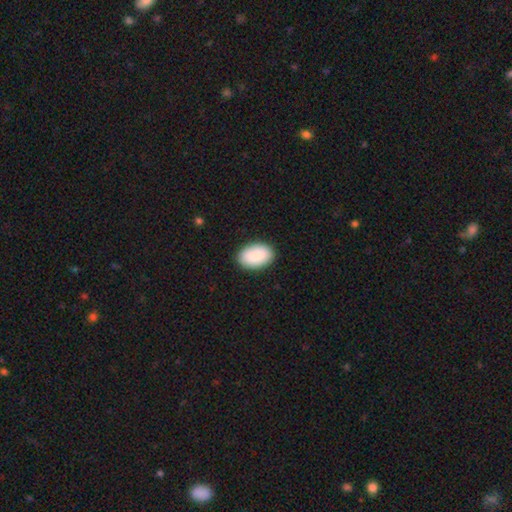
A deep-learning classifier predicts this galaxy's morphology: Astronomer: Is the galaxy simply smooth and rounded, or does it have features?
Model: smooth — 90%.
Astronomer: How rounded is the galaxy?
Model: in between — 92%.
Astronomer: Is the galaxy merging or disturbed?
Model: none — 89%.